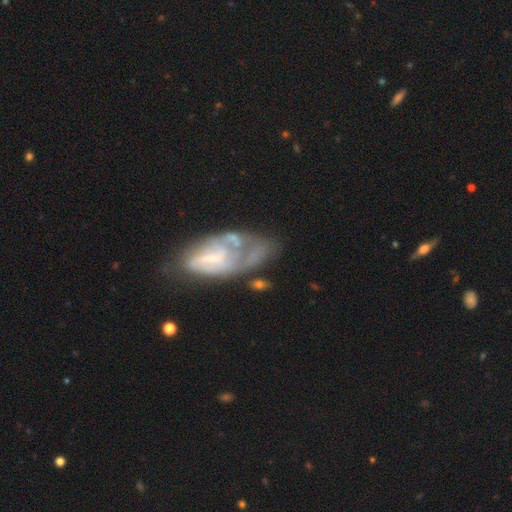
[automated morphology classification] Smooth or featured? Predicted: featured or disk (p=0.63). Edge-on disk? Predicted: no (p=0.94). Bar? Predicted: no (p=0.56). Spiral arms? Predicted: no (p=0.51). Bulge size? Predicted: none (p=0.44). Merging? Predicted: major disturbance (p=0.35).